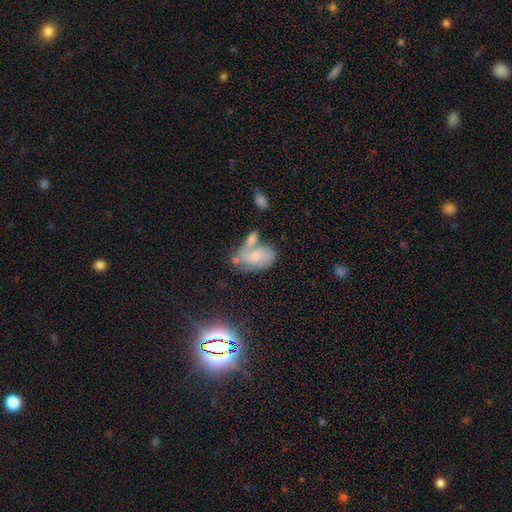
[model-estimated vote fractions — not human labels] featured or disk 65%, smooth 26%, star or artifact 10%. Down the decision tree: edge-on disk — no (96%); bar — no (63%); spiral arms — yes (85%); spiral arm count — 2 (55%); spiral winding — medium (45%); bulge size — small (49%); merging — none (36%).